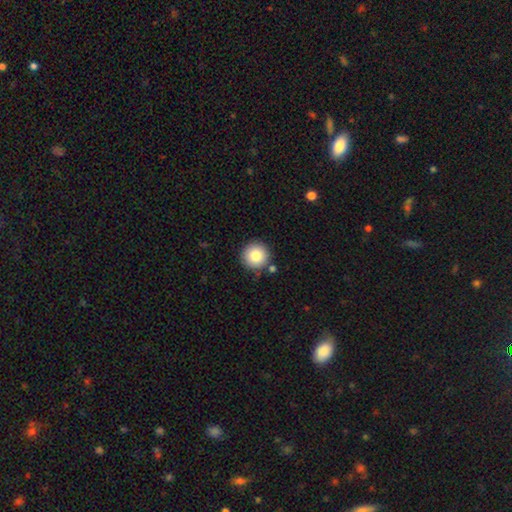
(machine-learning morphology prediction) A smooth galaxy with no disk features (84%) that is round (95%).

Vote fractions:
- Smooth or featured? smooth: 84% / star or artifact: 9% / featured or disk: 7%
- How rounded? round: 95% / in between: 4% / cigar-shaped: 1%
- Merging? none: 85% / minor disturbance: 8% / merger: 5% / major disturbance: 2%